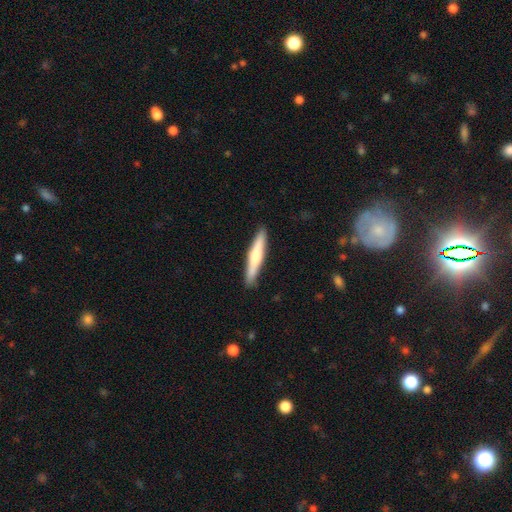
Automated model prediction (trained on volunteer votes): Morphology: type=smooth (59%); roundness=cigar-shaped (92%); merging=none (90%).